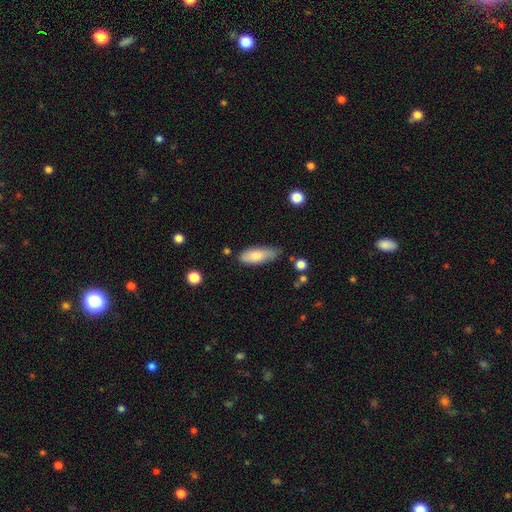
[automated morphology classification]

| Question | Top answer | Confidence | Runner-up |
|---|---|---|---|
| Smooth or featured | smooth | 80% | featured or disk (14%) |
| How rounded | in between | 72% | cigar-shaped (26%) |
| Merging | none | 59% | minor disturbance (32%) |